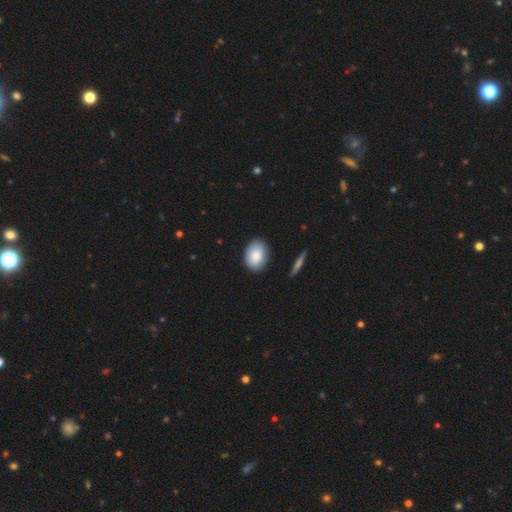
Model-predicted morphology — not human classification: A smooth galaxy with no disk features (84%) that is in between round and cigar-shaped (76%).

Vote fractions:
- Smooth or featured? smooth: 84% / featured or disk: 9% / star or artifact: 7%
- How rounded? in between: 76% / round: 22% / cigar-shaped: 1%
- Merging? none: 86% / minor disturbance: 11% / major disturbance: 2% / merger: 2%